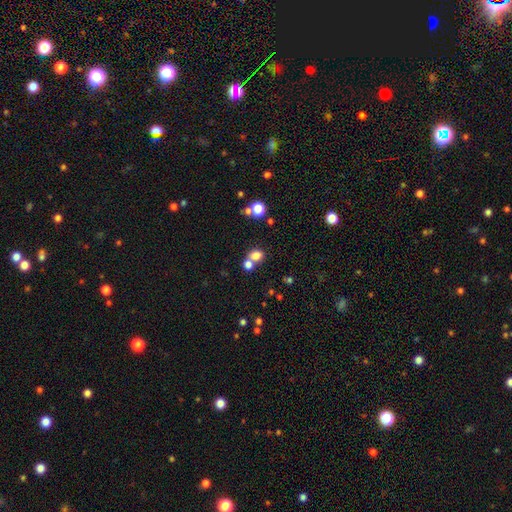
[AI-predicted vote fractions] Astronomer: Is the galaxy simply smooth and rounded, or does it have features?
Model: smooth — 75%.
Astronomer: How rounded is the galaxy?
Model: round — 61% (runner-up: in between, 38%).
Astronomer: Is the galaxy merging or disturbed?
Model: none — 48% (runner-up: merger, 40%).